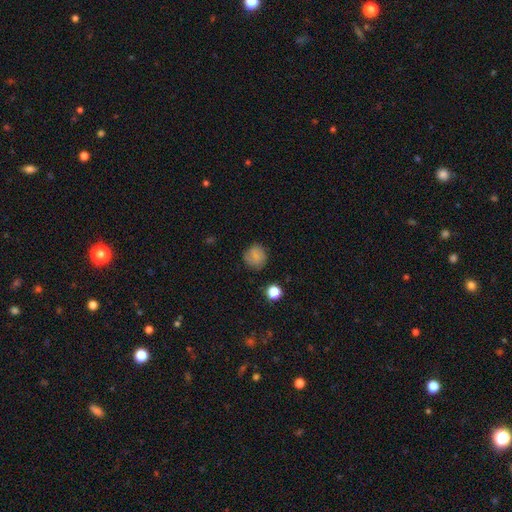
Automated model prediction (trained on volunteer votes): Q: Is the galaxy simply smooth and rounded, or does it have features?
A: smooth — 76%.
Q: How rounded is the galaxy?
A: round — 89%.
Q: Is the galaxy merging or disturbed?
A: none — 78%.